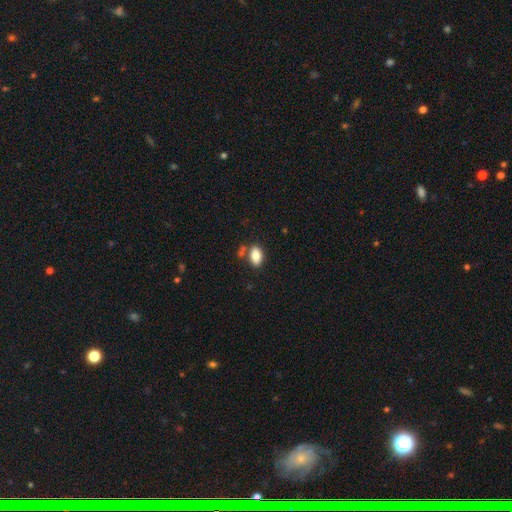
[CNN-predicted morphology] A smooth galaxy with no disk features (86%) that is in between round and cigar-shaped (90%).

Vote fractions:
- Smooth or featured? smooth: 86% / star or artifact: 8% / featured or disk: 6%
- How rounded? in between: 90% / round: 7% / cigar-shaped: 3%
- Merging? none: 66% / merger: 16% / minor disturbance: 14% / major disturbance: 4%